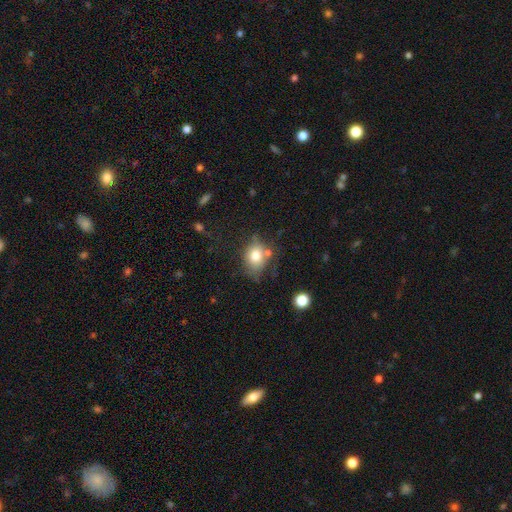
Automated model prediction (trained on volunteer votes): Morphology: type=smooth (75%); roundness=in between (56%); merging=none (58%).